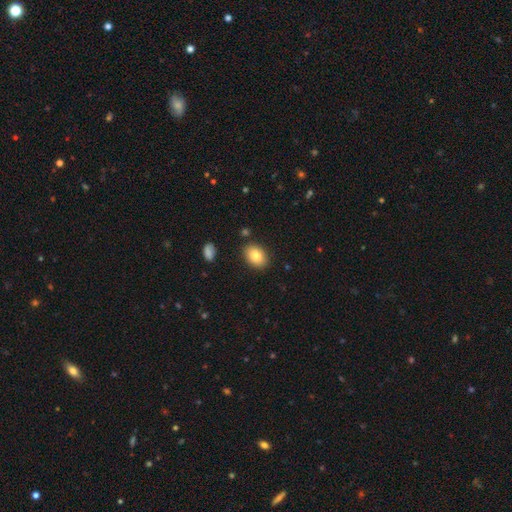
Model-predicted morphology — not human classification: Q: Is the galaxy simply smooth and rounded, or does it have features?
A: smooth — 81%.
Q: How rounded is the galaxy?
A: in between — 79%.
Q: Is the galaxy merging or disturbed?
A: none — 86%.